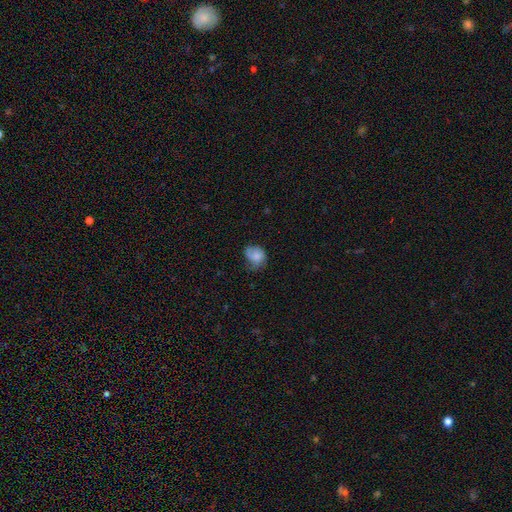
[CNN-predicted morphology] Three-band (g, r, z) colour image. It shows a smooth galaxy with no disk features (61%) that is round (52%). Merging: none (44%).